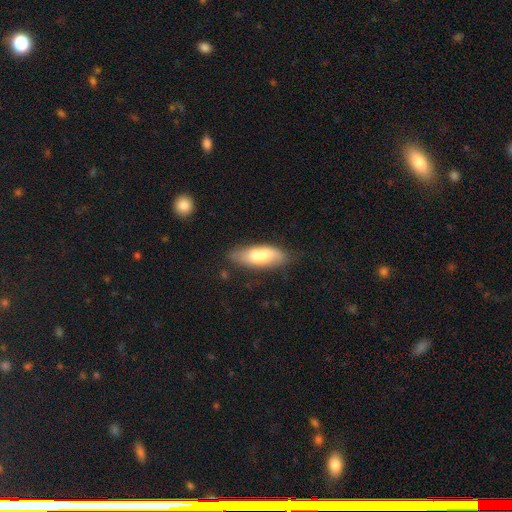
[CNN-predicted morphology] A smooth galaxy with no disk features (63%) that is in between round and cigar-shaped (72%).

Vote fractions:
- Smooth or featured? smooth: 63% / featured or disk: 31% / star or artifact: 7%
- How rounded? in between: 72% / cigar-shaped: 26% / round: 3%
- Merging? none: 58% / minor disturbance: 22% / merger: 13% / major disturbance: 7%